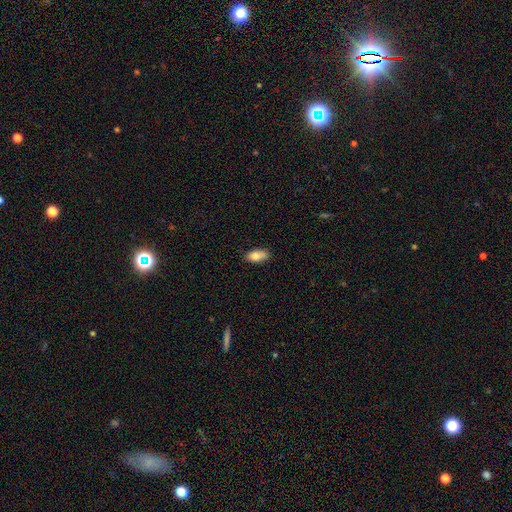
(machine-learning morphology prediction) Smooth or featured: smooth — 81% (featured or disk — 12%)
How rounded: in between — 89% (cigar-shaped — 8%)
Merging: none — 79% (minor disturbance — 16%)